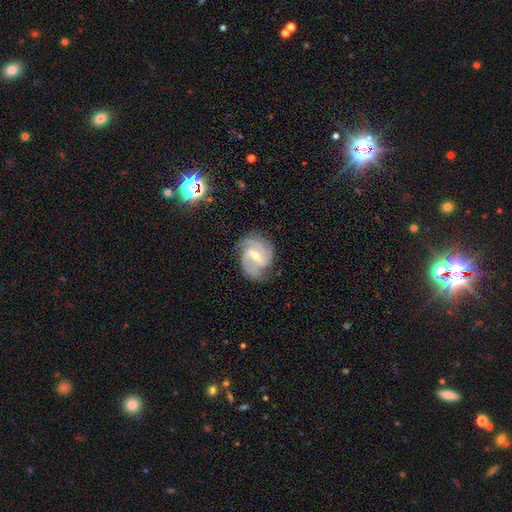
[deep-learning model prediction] smooth-or-featured: featured or disk: 90% | smooth: 6% | star or artifact: 5%
  disk-edge-on: no: 98% | yes: 2%
    bar: weak: 52% | strong: 31% | no: 17%
    has-spiral-arms: yes: 98% | no: 2%
      spiral-winding: medium: 48% | tight: 42% | loose: 10%
      spiral-arm-count: 3: 46% | 2: 31% | can't tell: 9% | 4: 7% | 1: 4% | more than 4: 4%
    bulge-size: small: 49% | moderate: 48% | large: 1% | none: 1% | dominant: 1%
  merging: none: 74% | minor disturbance: 18% | major disturbance: 6% | merger: 1%